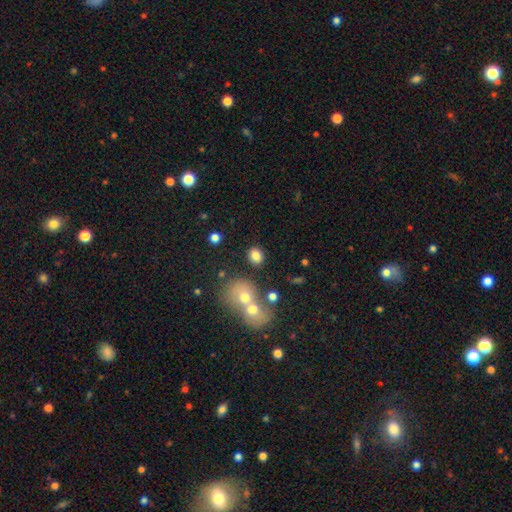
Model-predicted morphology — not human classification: type=smooth (81%); roundness=round (53%); merging=none (71%).